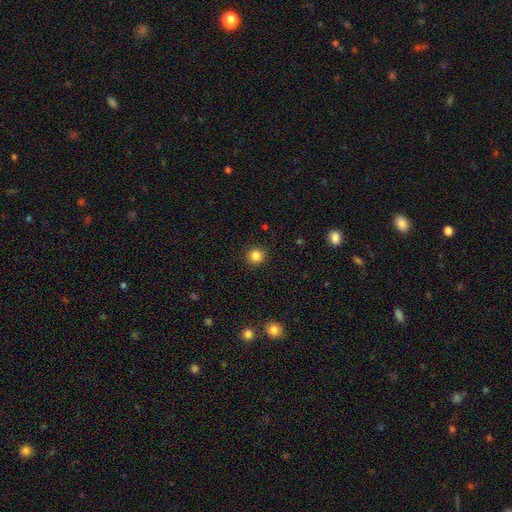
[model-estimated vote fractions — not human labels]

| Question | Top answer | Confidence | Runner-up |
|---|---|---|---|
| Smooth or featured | smooth | 84% | star or artifact (11%) |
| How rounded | round | 92% | in between (7%) |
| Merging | none | 91% | minor disturbance (6%) |